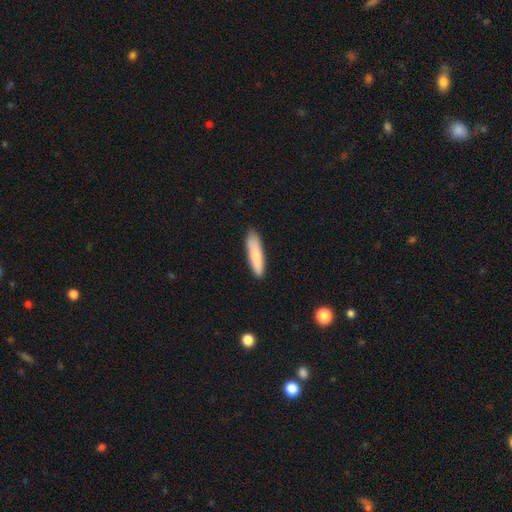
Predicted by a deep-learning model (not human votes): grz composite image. It shows a smooth galaxy with no disk features (83%) that is cigar-shaped (78%). Merging: none (83%).